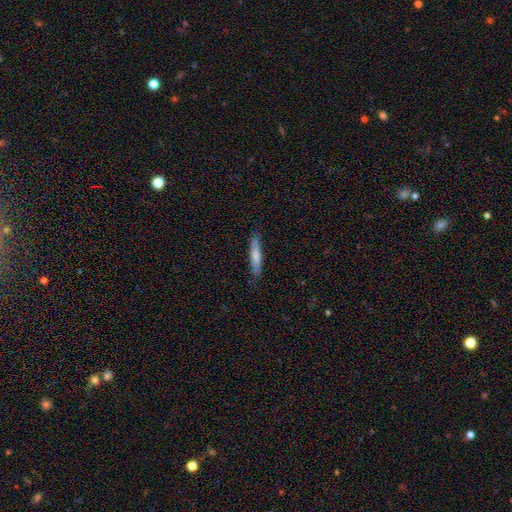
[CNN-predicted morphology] This appears to be a smooth galaxy with no disk features (72%) that is cigar-shaped (85%). Merging: none (83%).